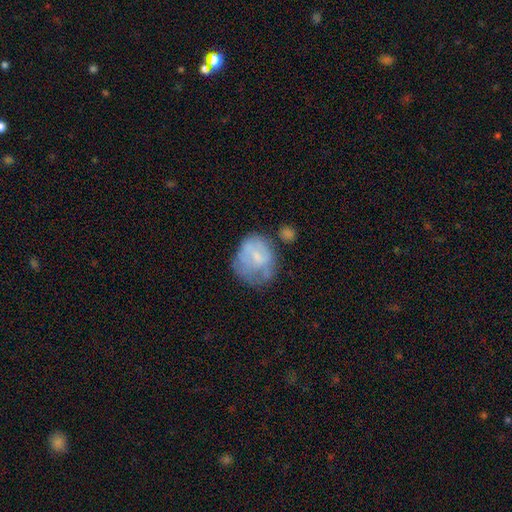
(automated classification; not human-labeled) Morphology: type=smooth (52%); roundness=round (57%); merging=none (36%).